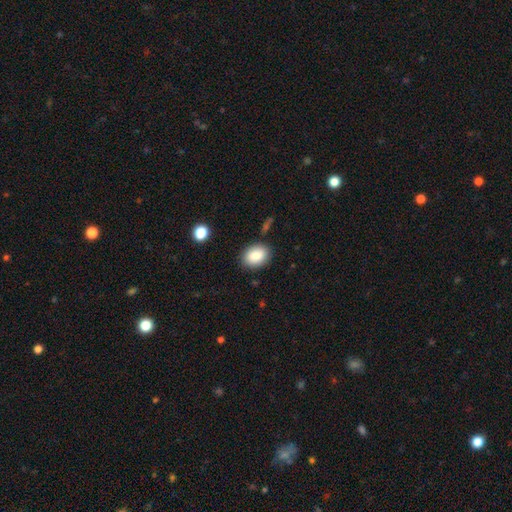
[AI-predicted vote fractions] A smooth galaxy with no disk features (87%) that is in between round and cigar-shaped (73%). Merging: none (86%).